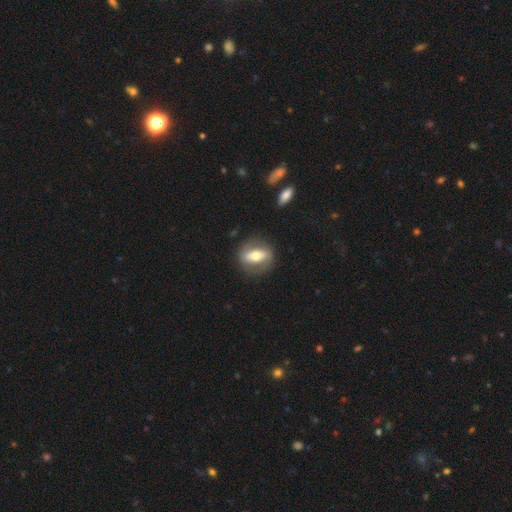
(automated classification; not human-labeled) Q: Smooth or featured?
A: featured or disk (53%); runner-up: smooth (41%)
Q: Edge-on disk?
A: no (80%); runner-up: yes (20%)
Q: Merging?
A: none (79%); runner-up: minor disturbance (13%)